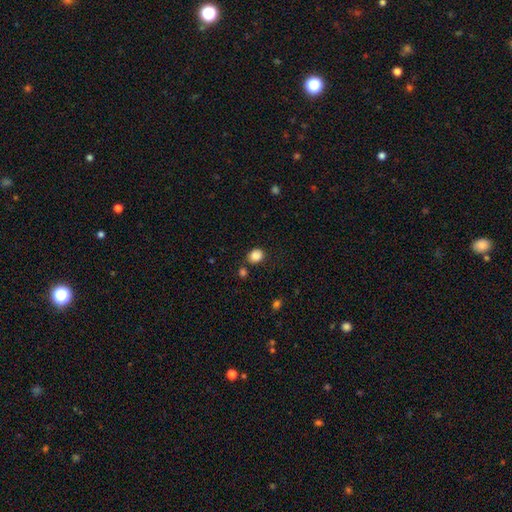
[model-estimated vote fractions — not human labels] A smooth galaxy with no disk features (86%) that is round (55%). Merging: none (77%).